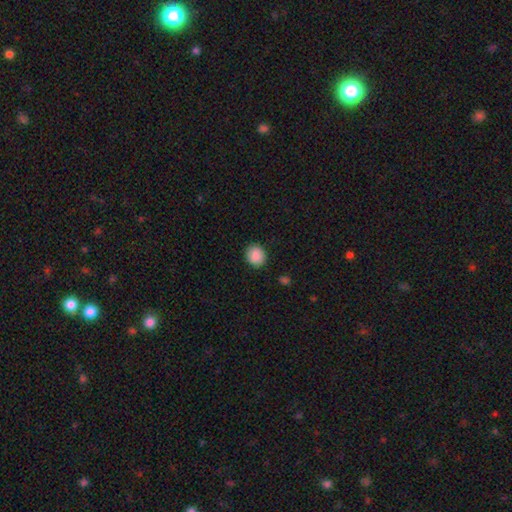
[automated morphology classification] Overall: smooth (89%). How rounded: round (74%). Merging: none (89%).